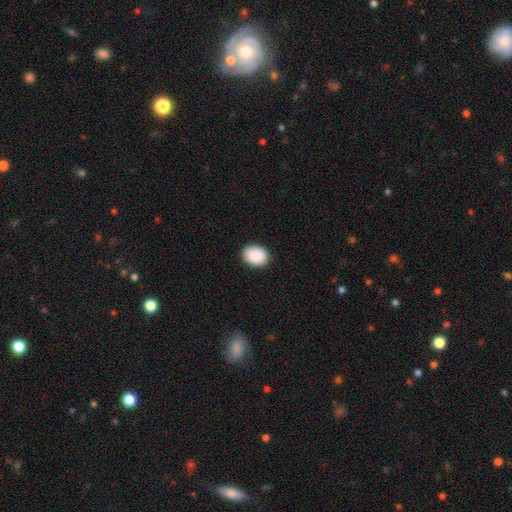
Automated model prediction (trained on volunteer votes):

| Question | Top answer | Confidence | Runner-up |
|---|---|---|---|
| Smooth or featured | smooth | 90% | star or artifact (7%) |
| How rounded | in between | 56% | round (43%) |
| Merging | none | 88% | minor disturbance (9%) |